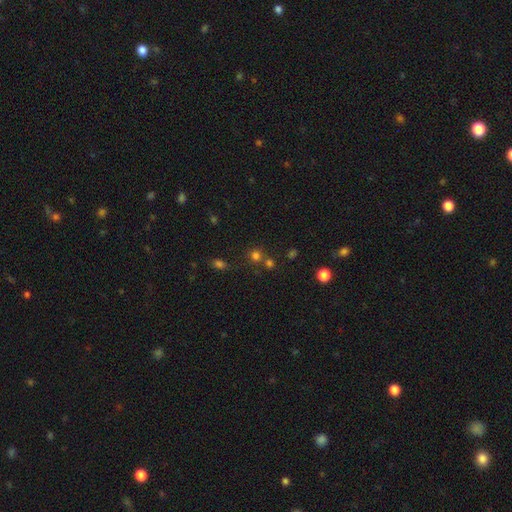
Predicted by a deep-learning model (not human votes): Smooth or featured?
  - smooth: 68% *
  - star or artifact: 25%
  - featured or disk: 7%
How rounded?
  - round: 89% *
  - in between: 10%
  - cigar-shaped: 1%
Merging?
  - none: 66% *
  - merger: 22%
  - minor disturbance: 8%
  - major disturbance: 4%